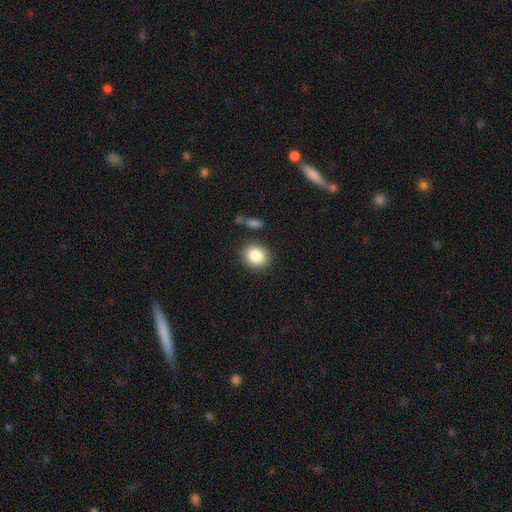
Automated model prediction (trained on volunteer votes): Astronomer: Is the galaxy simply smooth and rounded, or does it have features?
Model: smooth — 85%.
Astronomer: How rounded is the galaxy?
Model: round — 56% (runner-up: in between, 43%).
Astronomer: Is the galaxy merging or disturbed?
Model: none — 85%.